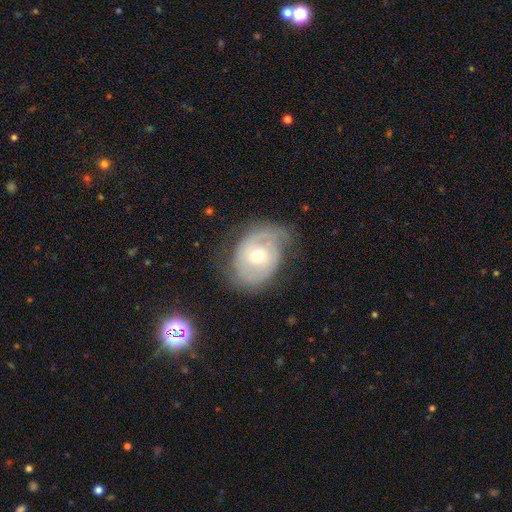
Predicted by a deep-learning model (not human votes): Smooth or featured: featured or disk — 72% (smooth — 21%)
Edge-on disk: no — 96% (yes — 4%)
Bar: no — 64% (weak — 30%)
Spiral arms: yes — 83% (no — 17%)
Spiral winding: tight — 52% (medium — 33%)
Spiral arm count: 2 — 56% (can't tell — 24%)
Bulge size: moderate — 62% (small — 34%)
Merging: none — 62% (minor disturbance — 25%)